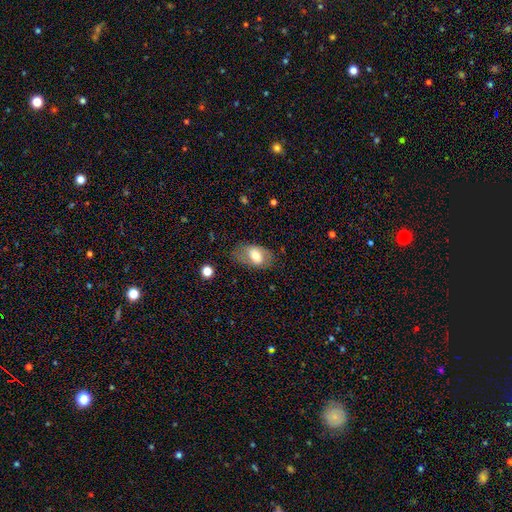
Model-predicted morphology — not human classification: The model was most divided on "smooth or featured": smooth: 58%, featured or disk: 34%, star or artifact: 8%. More confident: how rounded — in between (87%); merging — none (66%).